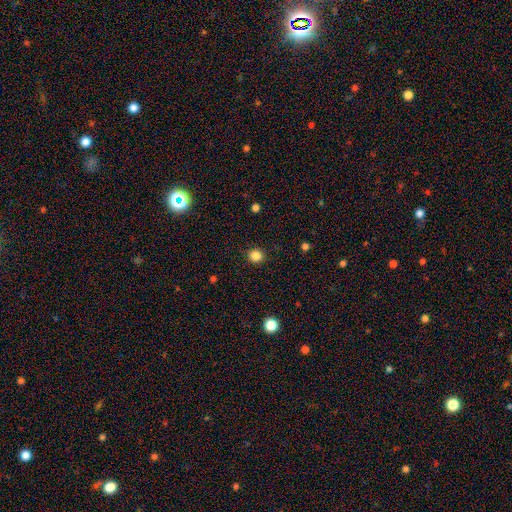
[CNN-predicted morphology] Smooth or featured: smooth — 85% (star or artifact — 12%)
How rounded: round — 85% (in between — 14%)
Merging: none — 91% (minor disturbance — 6%)